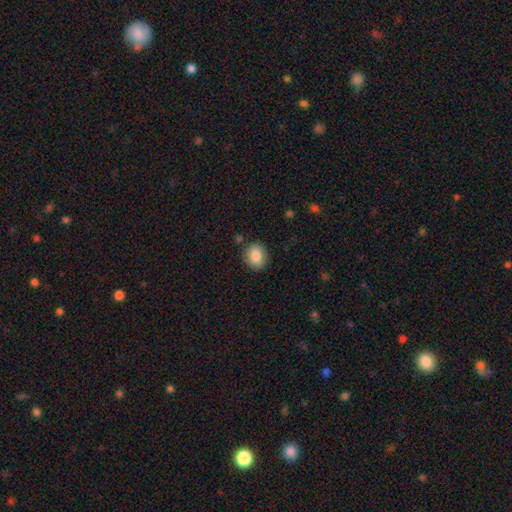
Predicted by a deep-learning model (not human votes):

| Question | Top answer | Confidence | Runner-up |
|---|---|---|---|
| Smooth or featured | smooth | 86% | star or artifact (8%) |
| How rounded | round | 57% | in between (42%) |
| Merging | none | 84% | minor disturbance (11%) |